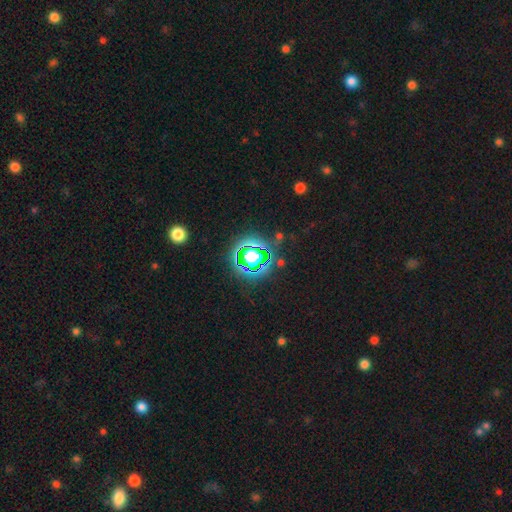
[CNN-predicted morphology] This appears to be a star or artifact, not a galaxy (60%).